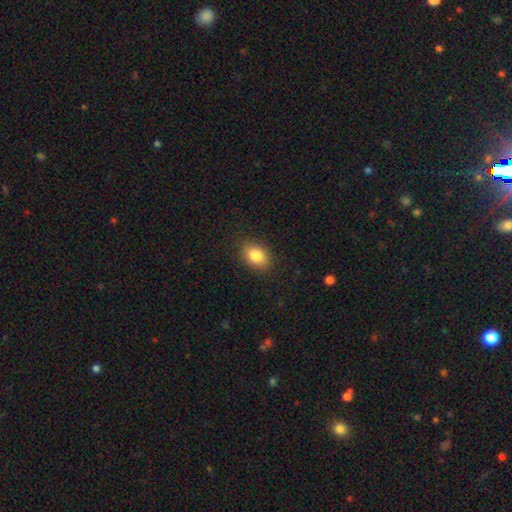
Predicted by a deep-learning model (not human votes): Morphology: type=smooth (84%); roundness=in between (79%); merging=none (87%).